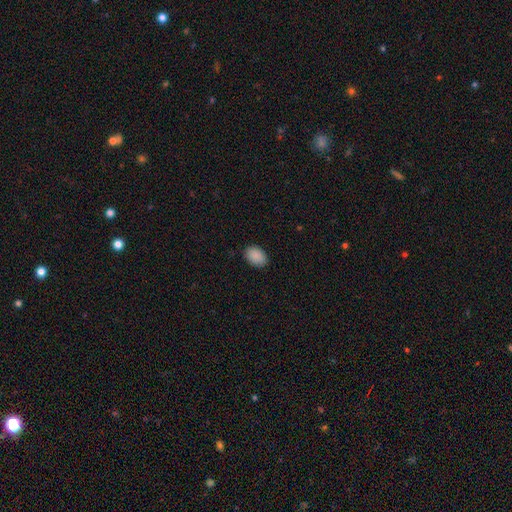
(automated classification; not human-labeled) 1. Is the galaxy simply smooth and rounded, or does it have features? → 90% smooth, 8% star or artifact, 3% featured or disk.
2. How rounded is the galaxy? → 83% in between, 16% round, 1% cigar-shaped.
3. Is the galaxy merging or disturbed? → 86% none, 11% minor disturbance, 2% major disturbance, 1% merger.